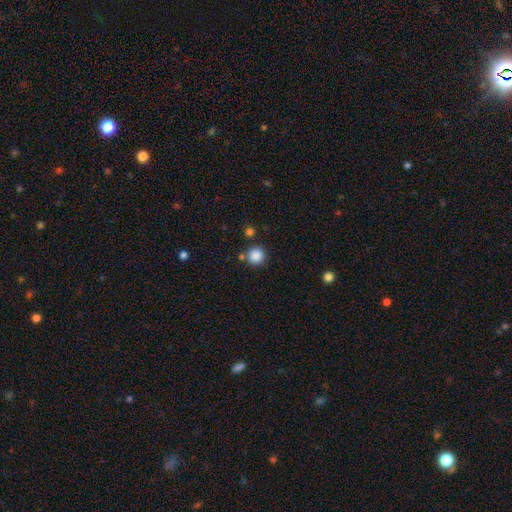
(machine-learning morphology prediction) Smooth or featured? smooth (86%)
How rounded? round (94%)
Merging? none (81%)